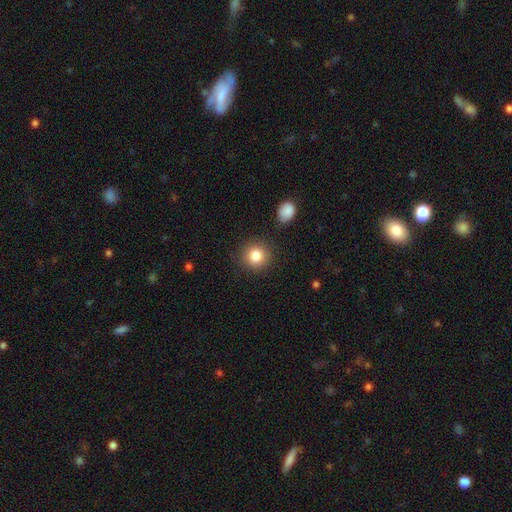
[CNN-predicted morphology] smooth-or-featured: smooth: 84% | star or artifact: 10% | featured or disk: 6%
  how-rounded: round: 91% | in between: 8% | cigar-shaped: 1%
  merging: none: 87% | minor disturbance: 8% | major disturbance: 3% | merger: 2%